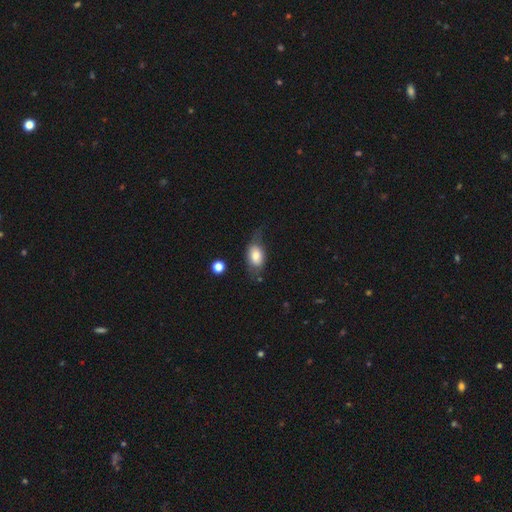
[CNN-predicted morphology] smooth-or-featured: smooth: 72% | featured or disk: 20% | star or artifact: 8%
  how-rounded: in between: 85% | round: 12% | cigar-shaped: 3%
  merging: none: 47% | minor disturbance: 31% | major disturbance: 18% | merger: 3%